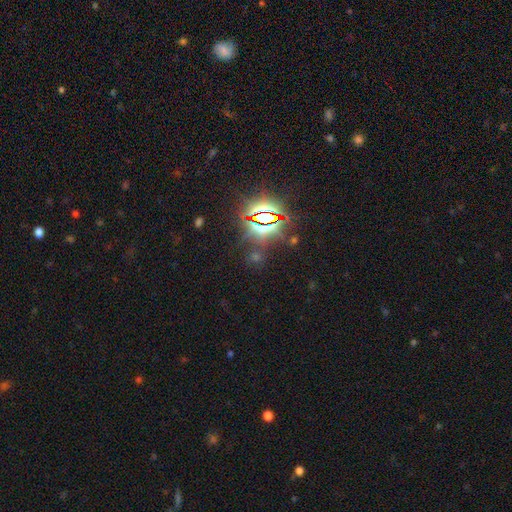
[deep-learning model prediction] The model was most divided on "smooth or featured": star or artifact: 79%, smooth: 13%, featured or disk: 7%.